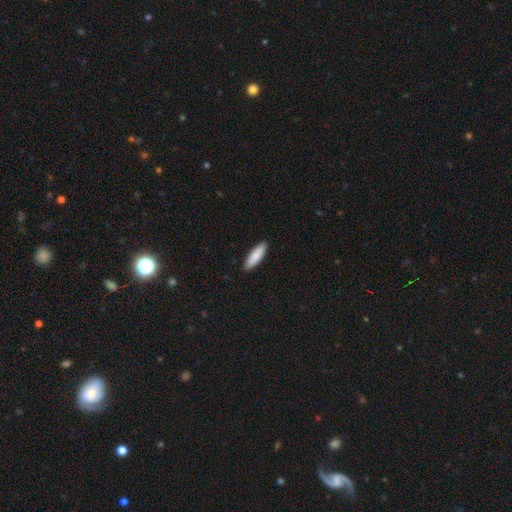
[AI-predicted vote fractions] smooth-or-featured: smooth: 87% | featured or disk: 8% | star or artifact: 5%
  how-rounded: cigar-shaped: 55% | in between: 44% | round: 1%
  merging: none: 90% | minor disturbance: 7% | major disturbance: 1% | merger: 1%